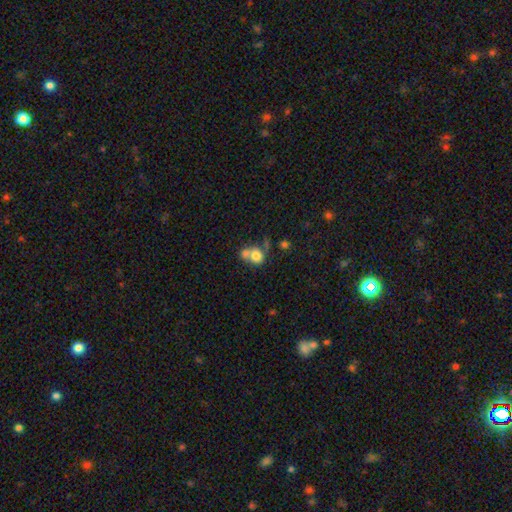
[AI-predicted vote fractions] Smooth or featured? Predicted: smooth (p=0.73). How rounded? Predicted: round (p=0.71). Merging? Predicted: merger (p=0.63).